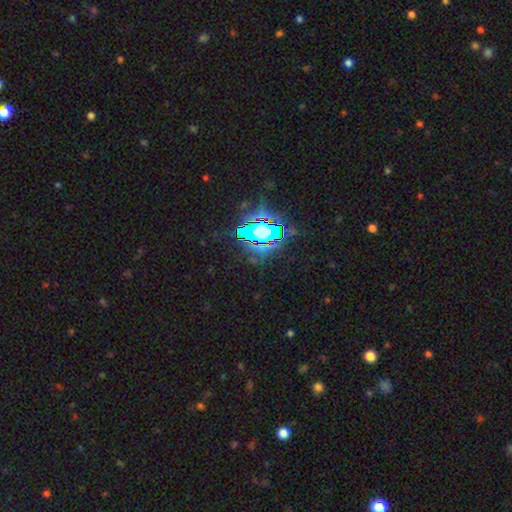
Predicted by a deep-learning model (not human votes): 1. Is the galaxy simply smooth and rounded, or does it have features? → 83% star or artifact, 10% smooth, 8% featured or disk.